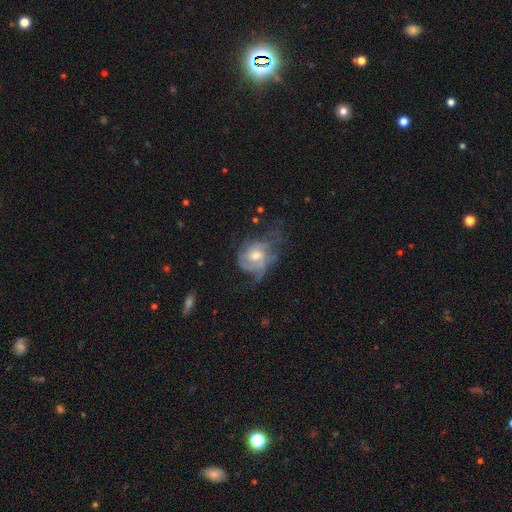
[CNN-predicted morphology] Q: Smooth or featured?
A: featured or disk (71%); runner-up: smooth (21%)
Q: Edge-on disk?
A: no (97%); runner-up: yes (3%)
Q: Bar?
A: no (69%); runner-up: weak (27%)
Q: Spiral arms?
A: yes (82%); runner-up: no (18%)
Q: Spiral winding?
A: tight (40%); runner-up: medium (38%)
Q: Spiral arm count?
A: can't tell (35%); runner-up: 2 (24%)
Q: Bulge size?
A: moderate (67%); runner-up: small (20%)
Q: Merging?
A: none (39%); runner-up: major disturbance (34%)